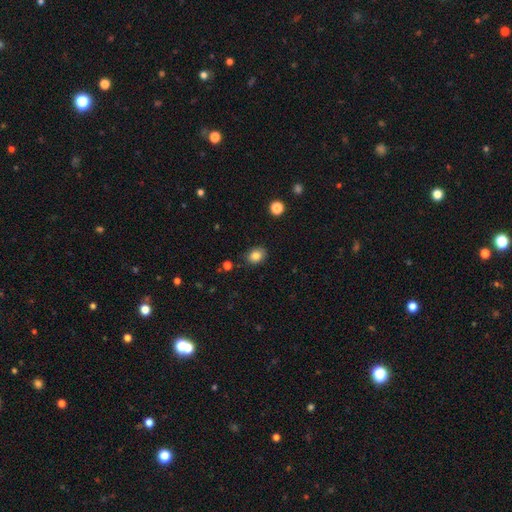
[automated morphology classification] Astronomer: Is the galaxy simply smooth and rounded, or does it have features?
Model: smooth — 84%.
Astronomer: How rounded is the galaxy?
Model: in between — 56% (runner-up: round, 43%).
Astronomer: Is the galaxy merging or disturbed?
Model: none — 85%.